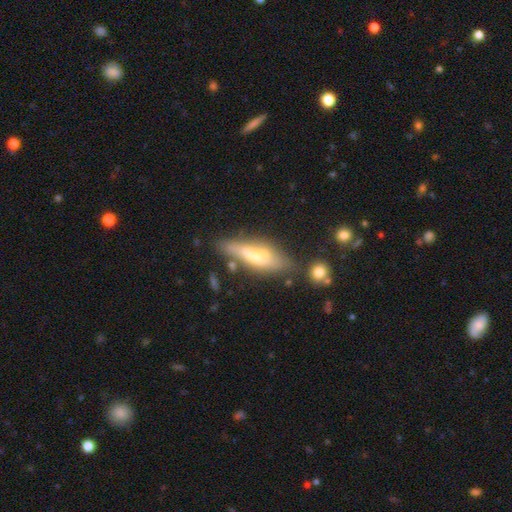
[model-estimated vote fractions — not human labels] smooth 50%, featured or disk 42%, star or artifact 8%. Down the decision tree: how rounded — cigar-shaped (58%); merging — none (49%).